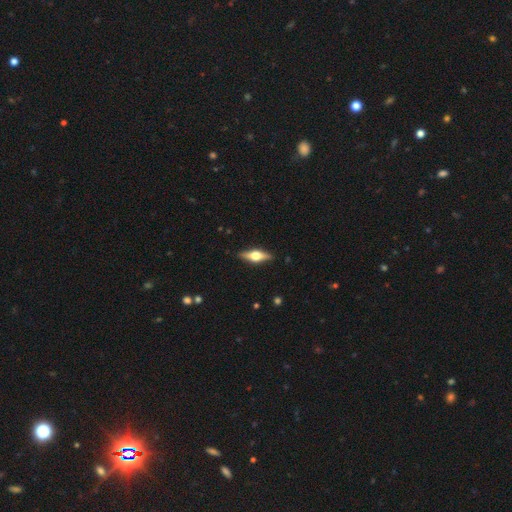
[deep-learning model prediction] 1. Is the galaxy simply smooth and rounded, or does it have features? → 66% featured or disk, 28% smooth, 6% star or artifact.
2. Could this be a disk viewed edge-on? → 95% yes, 5% no.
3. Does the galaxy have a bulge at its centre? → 94% rounded, 4% boxy, 1% none.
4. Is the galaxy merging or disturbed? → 89% none, 8% minor disturbance, 2% major disturbance, 1% merger.